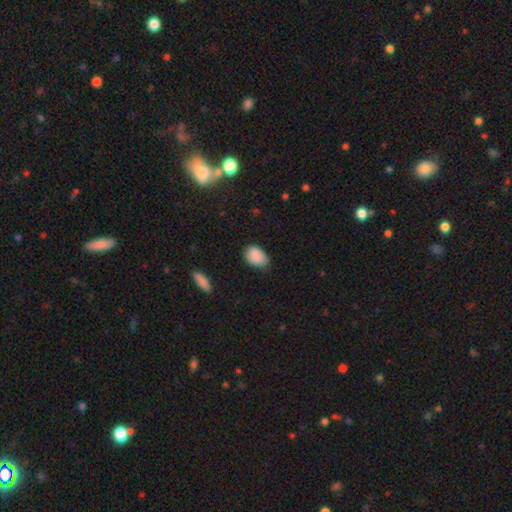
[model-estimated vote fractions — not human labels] smooth 88%, star or artifact 8%, featured or disk 4%. Down the decision tree: how rounded — in between (81%); merging — none (67%).